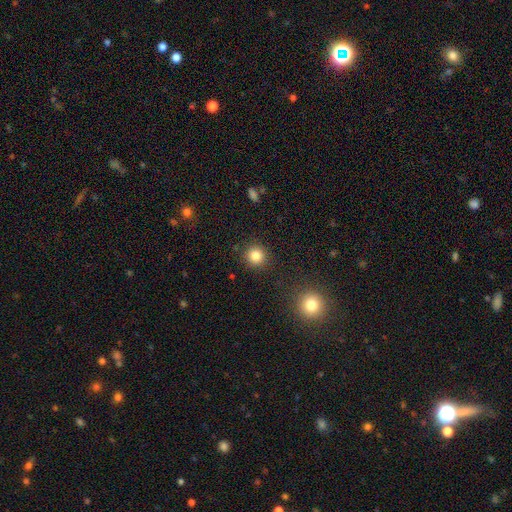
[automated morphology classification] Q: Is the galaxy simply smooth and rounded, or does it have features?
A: smooth — 83%.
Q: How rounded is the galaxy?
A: round — 93%.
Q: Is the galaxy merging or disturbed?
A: none — 90%.